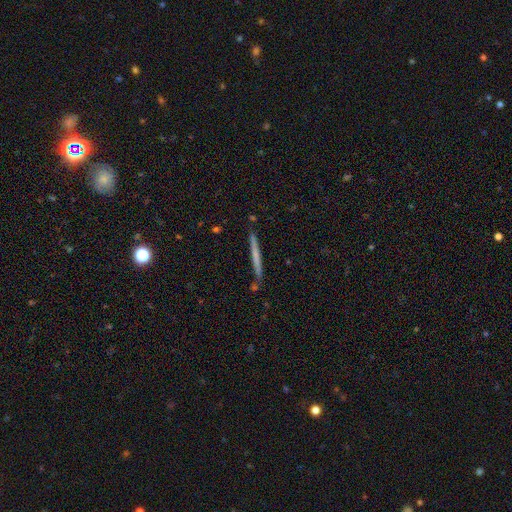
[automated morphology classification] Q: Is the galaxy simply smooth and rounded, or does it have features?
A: smooth — 50%.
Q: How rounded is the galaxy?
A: cigar-shaped — 97%.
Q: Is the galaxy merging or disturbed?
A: none — 86%.